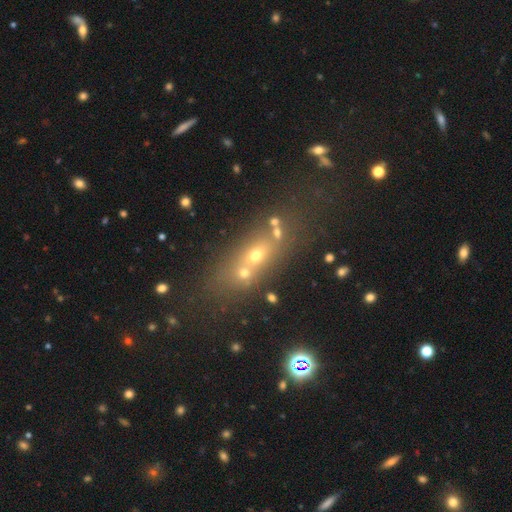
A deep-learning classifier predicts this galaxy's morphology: smooth-or-featured: smooth: 43% | star or artifact: 30% | featured or disk: 27%
  merging: merger: 43% | none: 42% | minor disturbance: 9% | major disturbance: 6%